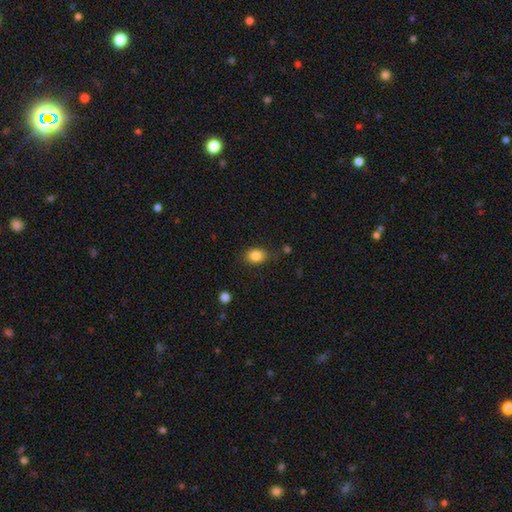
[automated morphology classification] Smooth or featured: smooth — 84% (star or artifact — 10%)
How rounded: in between — 63% (round — 36%)
Merging: none — 77% (minor disturbance — 17%)